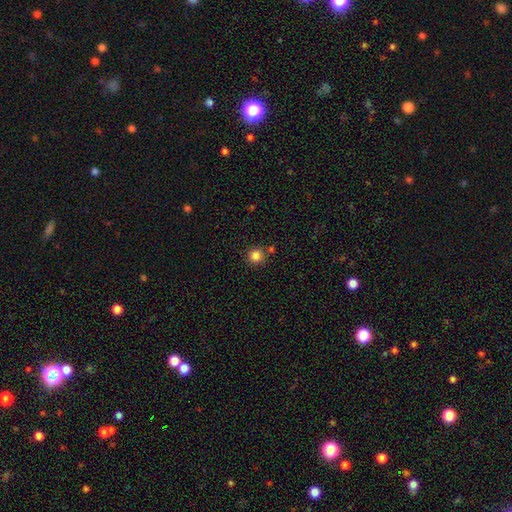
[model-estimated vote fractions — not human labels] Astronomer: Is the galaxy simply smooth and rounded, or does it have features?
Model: smooth — 84%.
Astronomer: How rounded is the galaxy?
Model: round — 94%.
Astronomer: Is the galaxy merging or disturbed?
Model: none — 81%.